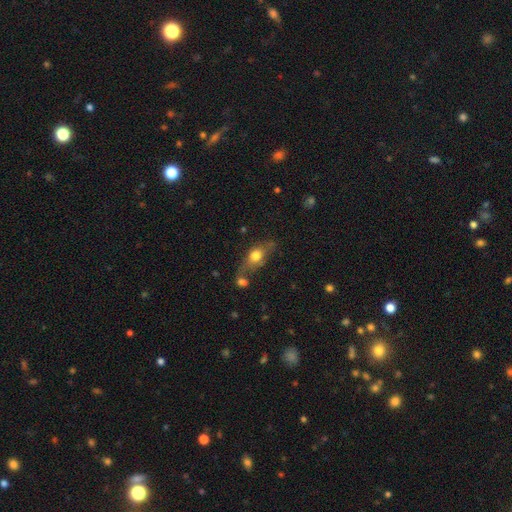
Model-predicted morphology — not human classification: smooth_or_featured: smooth (p=0.66) [alt: featured or disk p=0.26]
how_rounded: in between (p=0.66) [alt: round p=0.20]
merging: none (p=0.50) [alt: minor disturbance p=0.22]